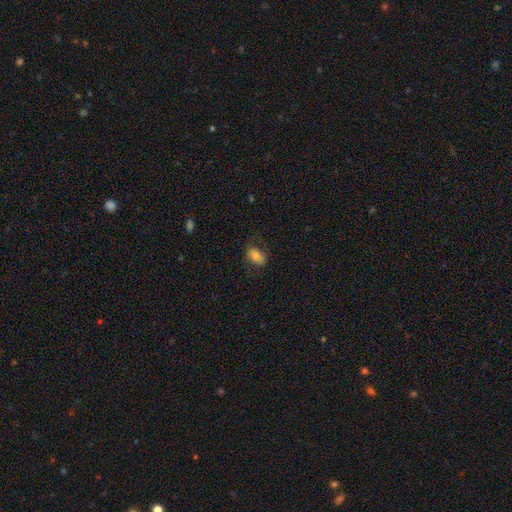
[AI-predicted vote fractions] Smooth or featured? smooth (73%)
How rounded? in between (83%)
Merging? none (67%)